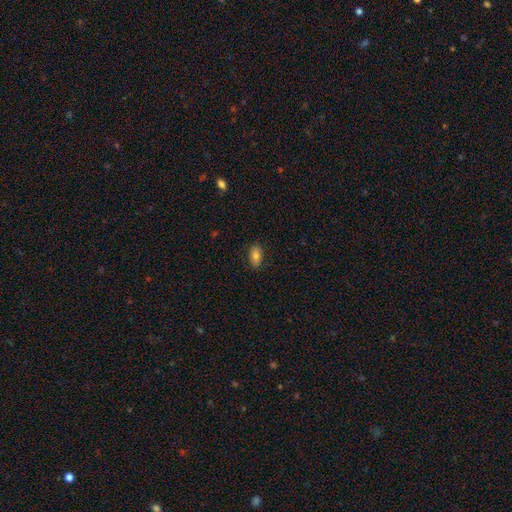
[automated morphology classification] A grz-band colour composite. It shows a smooth galaxy with no disk features (82%) that is in between round and cigar-shaped (90%). Merging: none (86%).